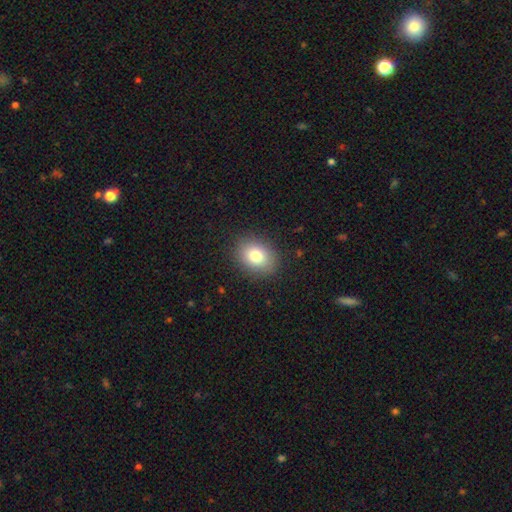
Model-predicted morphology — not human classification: type=smooth (80%); roundness=in between (59%); merging=none (88%).